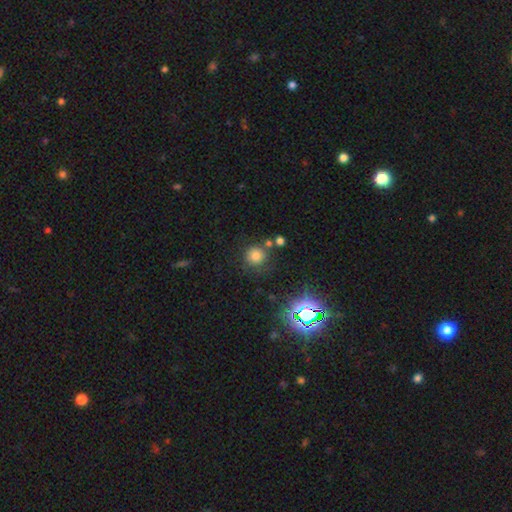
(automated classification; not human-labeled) A smooth galaxy with no disk features (73%) that is round (92%). Merging: none (74%).